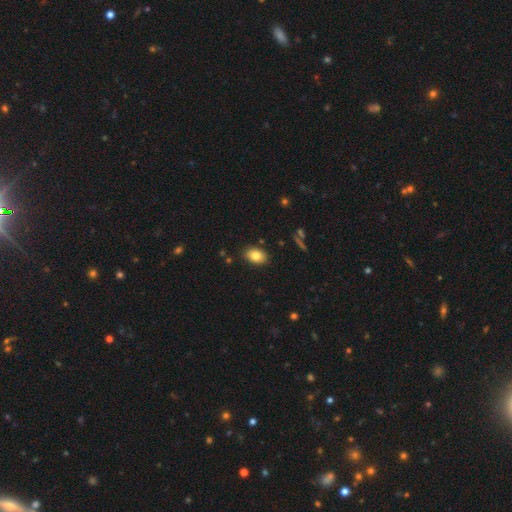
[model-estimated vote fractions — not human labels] Smooth or featured?
  - smooth: 81% *
  - featured or disk: 10%
  - star or artifact: 9%
How rounded?
  - in between: 84% *
  - round: 15%
  - cigar-shaped: 1%
Merging?
  - none: 86% *
  - minor disturbance: 10%
  - major disturbance: 2%
  - merger: 2%